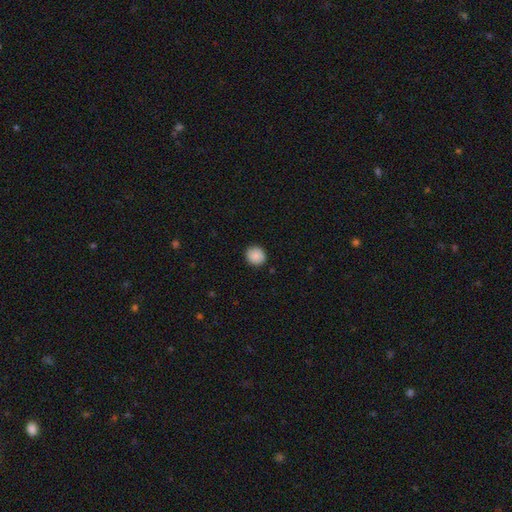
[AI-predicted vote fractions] A smooth galaxy with no disk features (88%) that is round (87%).

Vote fractions:
- Smooth or featured? smooth: 88% / star or artifact: 8% / featured or disk: 3%
- How rounded? round: 87% / in between: 12% / cigar-shaped: 1%
- Merging? none: 90% / minor disturbance: 7% / major disturbance: 2% / merger: 1%